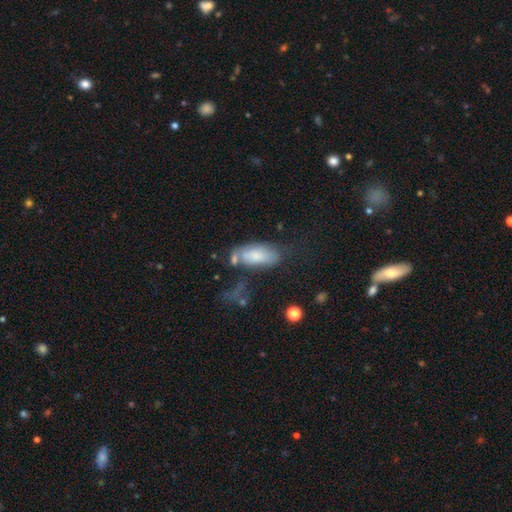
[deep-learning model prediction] Morphology: type=smooth (70%); roundness=in between (88%); merging=none (38%).